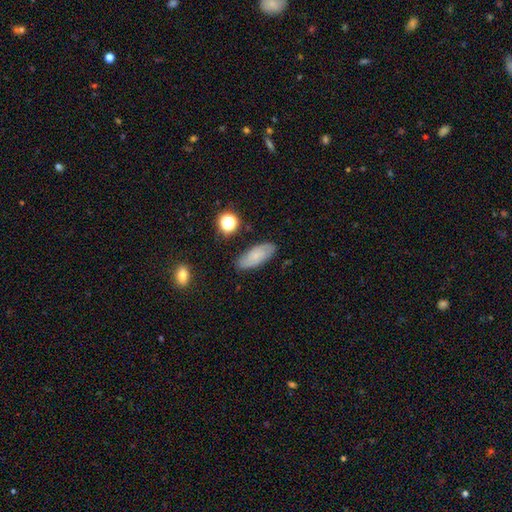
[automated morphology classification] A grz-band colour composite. It shows a smooth galaxy with no disk features (47%). Merging: none (82%).